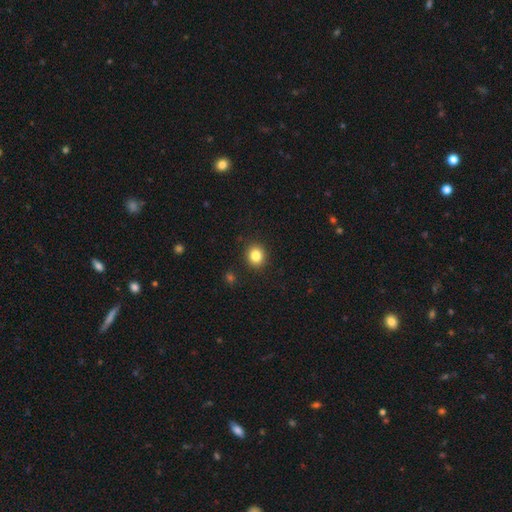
Volunteers were most divided on "how rounded": round: 79%, in between: 21%, cigar-shaped: 0%. More confident: merging — none (100%); smooth or featured — smooth (89%).